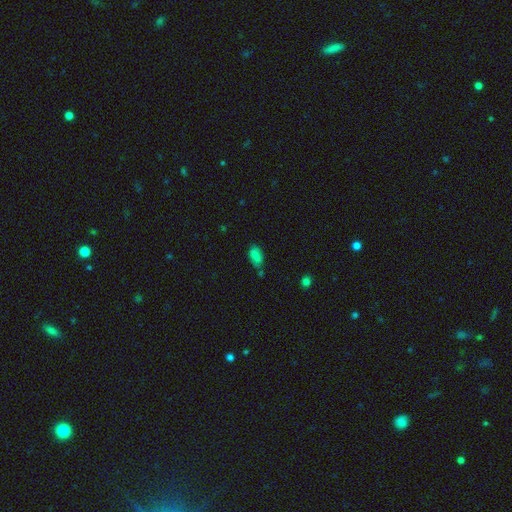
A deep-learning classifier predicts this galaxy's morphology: This appears to be a smooth galaxy with no disk features (79%) that is in between round and cigar-shaped (89%). Merging: none (62%).